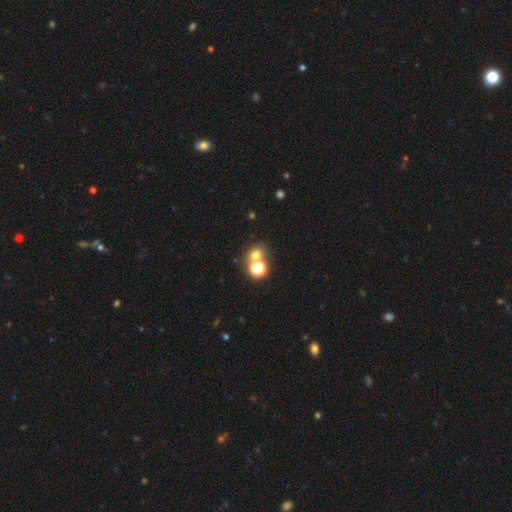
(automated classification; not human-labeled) This is likely a smooth galaxy (67%). How rounded: likely round (77%). Merging: possibly none (55%).